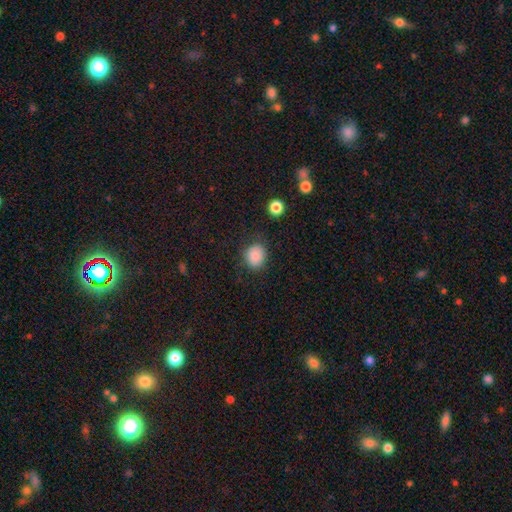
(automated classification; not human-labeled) This is clearly a smooth galaxy (86%). How rounded: likely round (70%). Merging: likely none (79%).